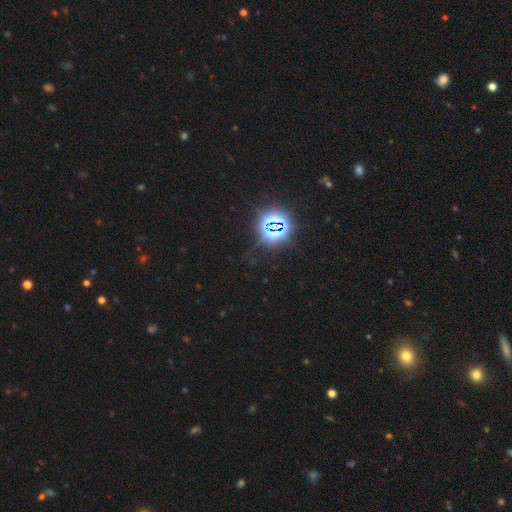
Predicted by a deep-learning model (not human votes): A star or artifact, not a galaxy (81%).

Vote fractions:
- Smooth or featured? star or artifact: 81% / smooth: 13% / featured or disk: 6%